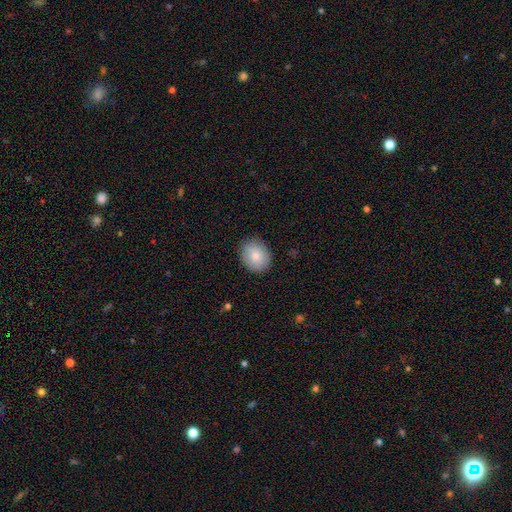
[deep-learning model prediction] smooth 83%, featured or disk 10%, star or artifact 7%. Down the decision tree: how rounded — round (53%); merging — none (86%).